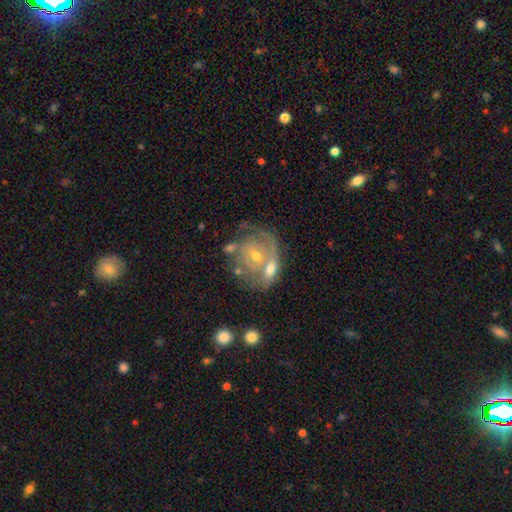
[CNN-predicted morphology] Smooth or featured? featured or disk (65%)
Edge-on disk? no (96%)
Bar? no (70%)
Spiral arms? yes (64%)
Bulge size? moderate (58%)
Merging? merger (44%)